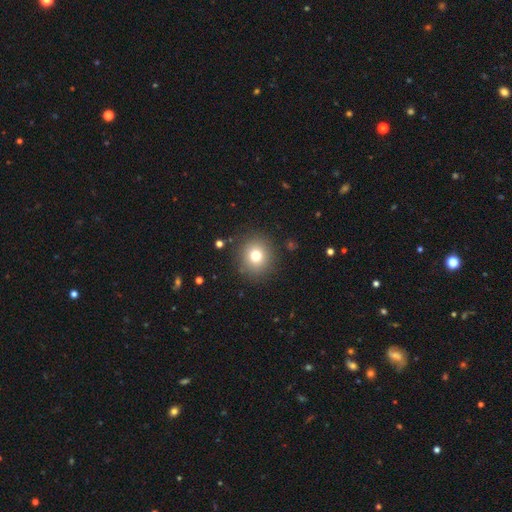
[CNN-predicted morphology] The model was most divided on "smooth or featured": smooth: 76%, star or artifact: 14%, featured or disk: 10%. More confident: merging — none (89%); how rounded — round (88%).